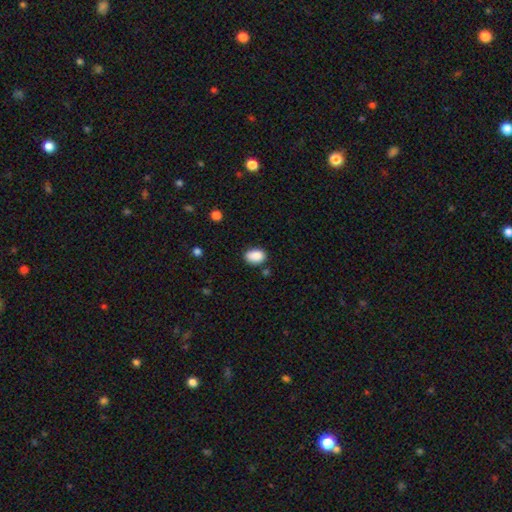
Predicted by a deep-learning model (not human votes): smooth 88%, star or artifact 8%, featured or disk 4%. Down the decision tree: how rounded — in between (81%); merging — none (78%).